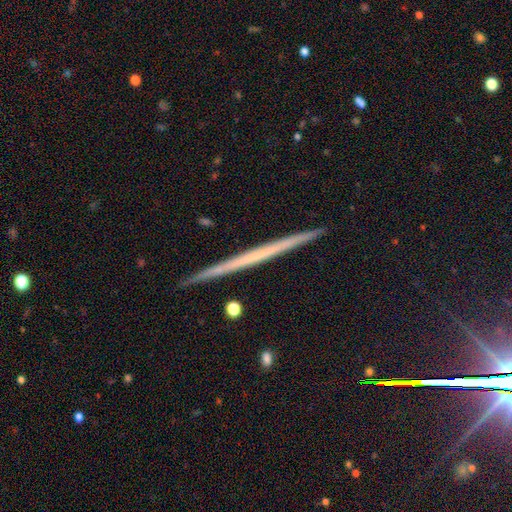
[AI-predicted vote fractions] The model was most divided on "smooth or featured": featured or disk: 60%, smooth: 28%, star or artifact: 11%. More confident: edge-on disk — yes (98%); merging — none (92%); edge-on bulge — none (90%).